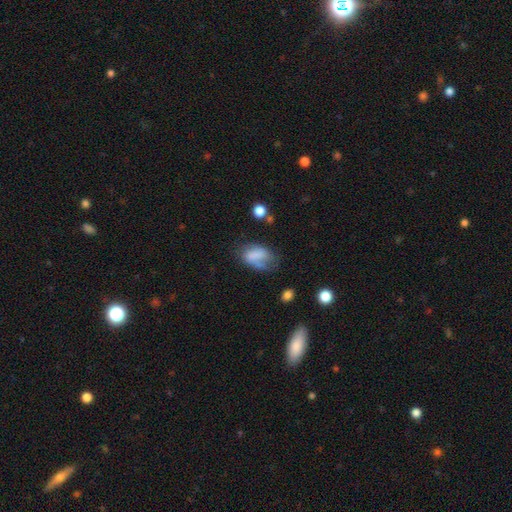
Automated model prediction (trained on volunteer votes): Smooth or featured? Predicted: smooth (p=0.68). How rounded? Predicted: in between (p=0.85). Merging? Predicted: none (p=0.35).